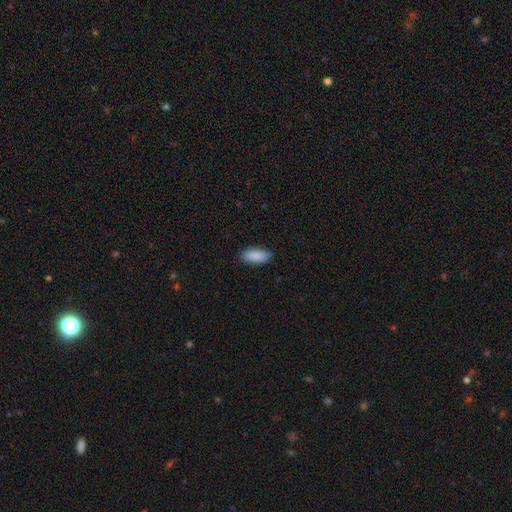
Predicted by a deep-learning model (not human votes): Morphology: type=smooth (90%); roundness=in between (85%); merging=none (86%).